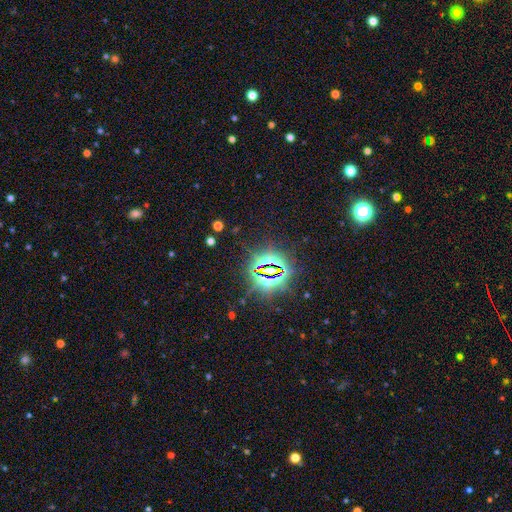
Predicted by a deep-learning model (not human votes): A star or artifact, not a galaxy (85%).